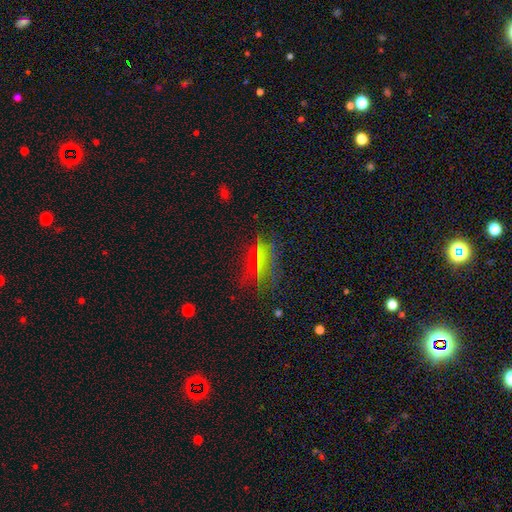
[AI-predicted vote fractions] A smooth galaxy with no disk features (48%).

Vote fractions:
- Smooth or featured? smooth: 48% / star or artifact: 38% / featured or disk: 15%
- Merging? none: 79% / minor disturbance: 13% / major disturbance: 5% / merger: 3%